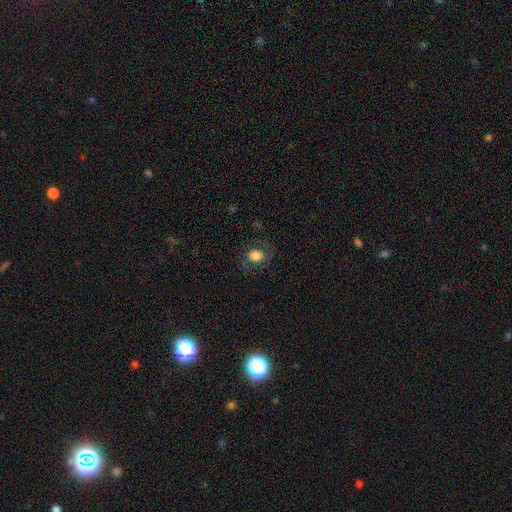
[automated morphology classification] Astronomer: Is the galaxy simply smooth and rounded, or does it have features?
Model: smooth — 73%.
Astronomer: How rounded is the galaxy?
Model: round — 60% (runner-up: in between, 39%).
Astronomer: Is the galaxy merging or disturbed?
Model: none — 72%.